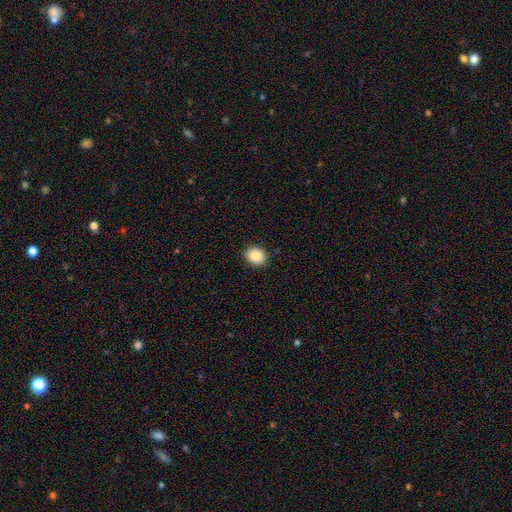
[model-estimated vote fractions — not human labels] The model was most divided on "how rounded": in between: 51%, round: 48%, cigar-shaped: 1%. More confident: merging — none (91%); smooth or featured — smooth (88%).